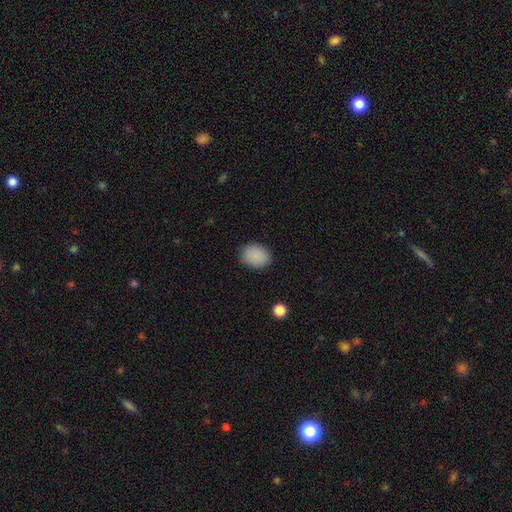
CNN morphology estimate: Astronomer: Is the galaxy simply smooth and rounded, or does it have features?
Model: smooth — 88%.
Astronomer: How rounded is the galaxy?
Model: in between — 60% (runner-up: round, 39%).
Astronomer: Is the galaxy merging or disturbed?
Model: none — 87%.